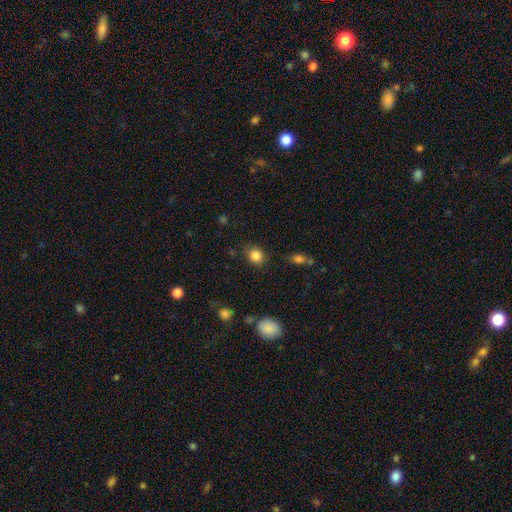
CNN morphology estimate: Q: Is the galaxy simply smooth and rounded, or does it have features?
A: smooth — 85%.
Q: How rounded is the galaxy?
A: round — 79%.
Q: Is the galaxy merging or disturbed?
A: none — 83%.